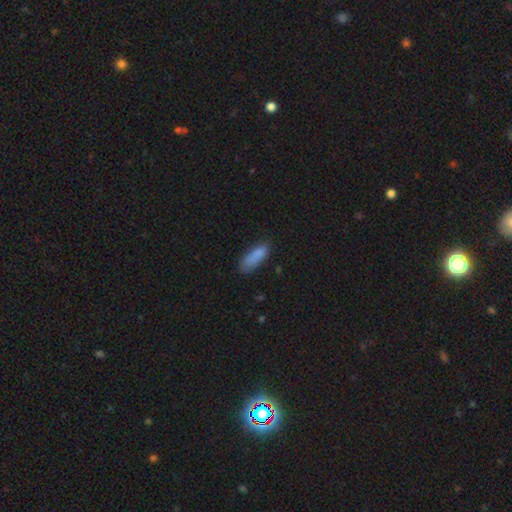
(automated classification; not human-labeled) smooth 84%, featured or disk 8%, star or artifact 8%. Down the decision tree: how rounded — in between (56%); merging — none (62%).